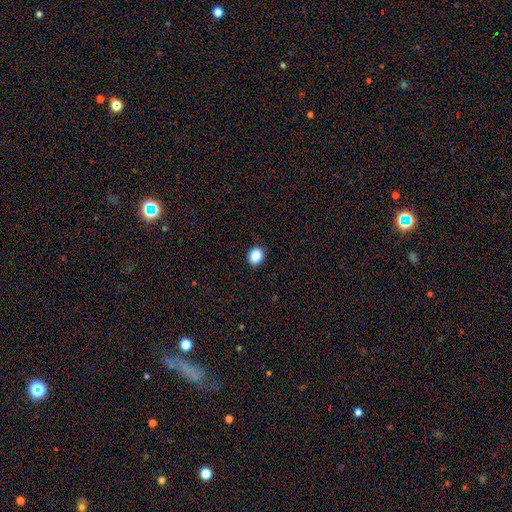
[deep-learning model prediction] Q: Smooth or featured?
A: smooth (88%); runner-up: star or artifact (9%)
Q: How rounded?
A: round (63%); runner-up: in between (36%)
Q: Merging?
A: none (88%); runner-up: minor disturbance (9%)